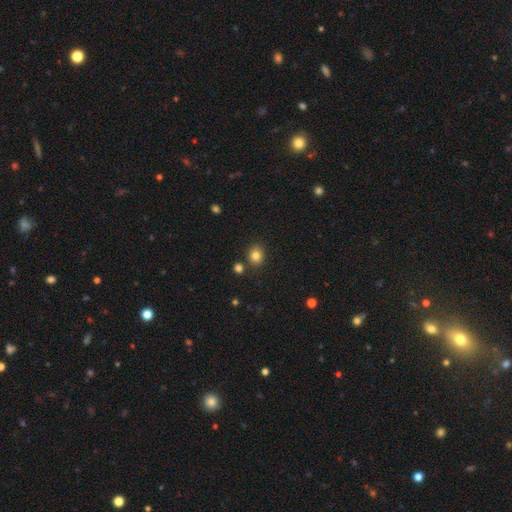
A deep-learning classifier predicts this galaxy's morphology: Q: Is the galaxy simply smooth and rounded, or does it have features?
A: smooth — 82%.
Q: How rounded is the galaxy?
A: round — 74%.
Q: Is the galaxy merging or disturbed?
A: none — 83%.